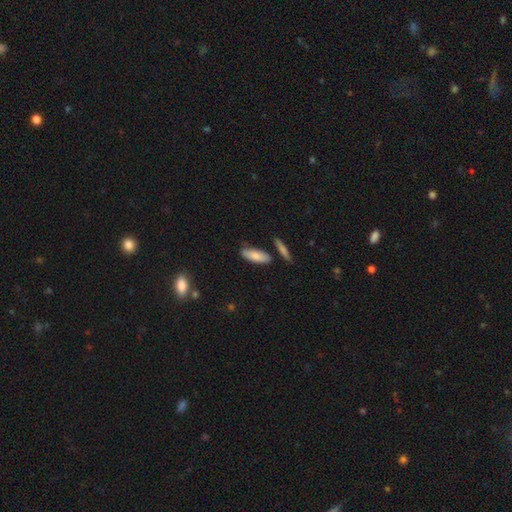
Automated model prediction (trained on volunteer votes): Smooth or featured? smooth (80%)
How rounded? in between (69%)
Merging? none (71%)